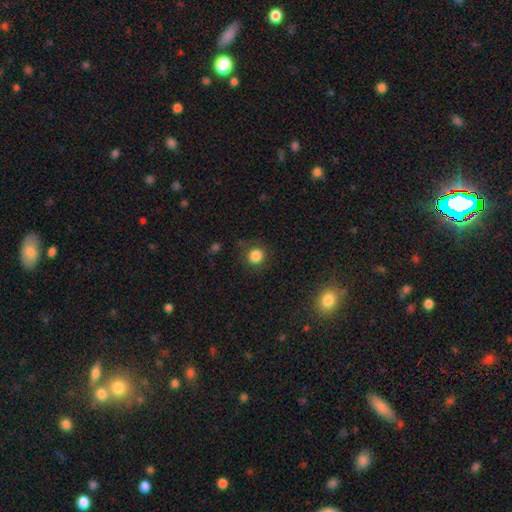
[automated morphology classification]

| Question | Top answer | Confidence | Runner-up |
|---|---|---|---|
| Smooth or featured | smooth | 85% | star or artifact (11%) |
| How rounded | round | 87% | in between (12%) |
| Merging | none | 83% | minor disturbance (11%) |